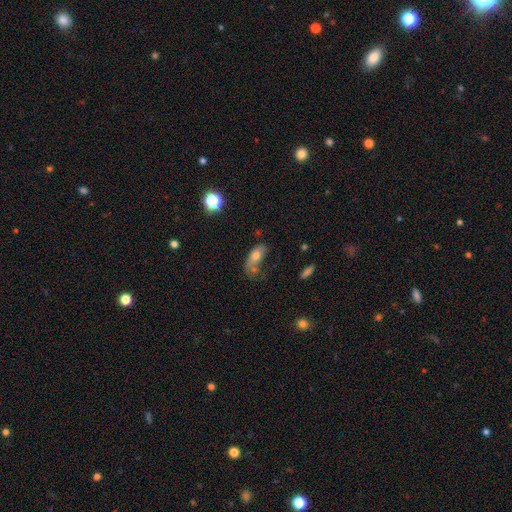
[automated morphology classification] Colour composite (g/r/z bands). It shows a smooth galaxy with no disk features (66%) that is in between round and cigar-shaped (79%). Merging: none (29%).